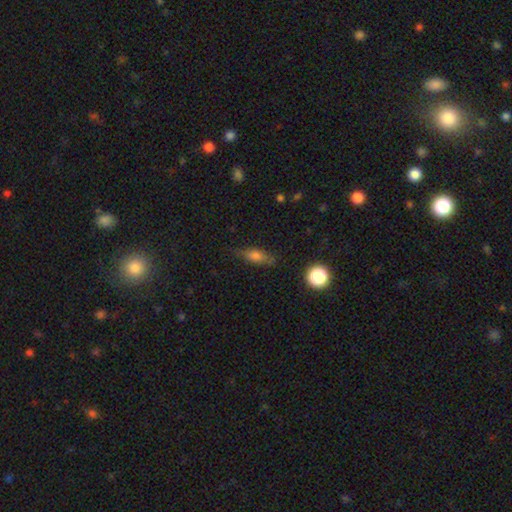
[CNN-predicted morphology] Smooth or featured: smooth — 68% (featured or disk — 21%)
How rounded: in between — 62% (cigar-shaped — 33%)
Merging: none — 73% (minor disturbance — 20%)